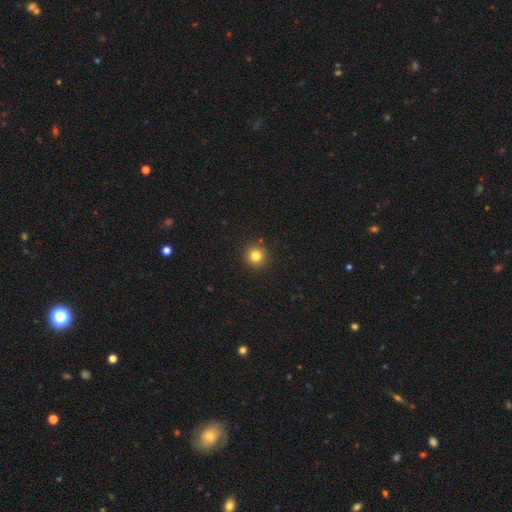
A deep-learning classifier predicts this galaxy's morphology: Q: Smooth or featured?
A: smooth (80%); runner-up: star or artifact (13%)
Q: How rounded?
A: round (95%); runner-up: in between (4%)
Q: Merging?
A: none (91%); runner-up: minor disturbance (5%)